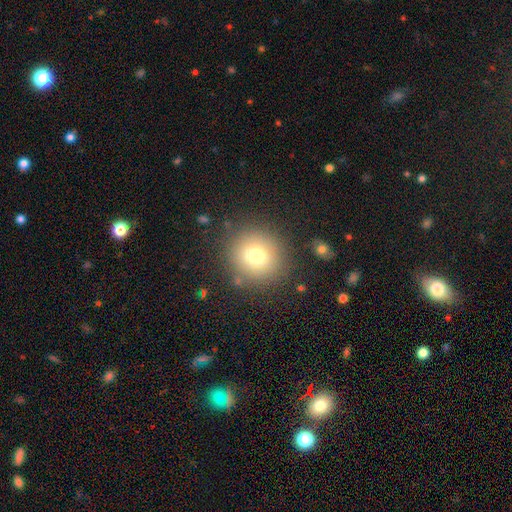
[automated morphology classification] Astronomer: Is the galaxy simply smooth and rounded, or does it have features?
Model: smooth — 74%.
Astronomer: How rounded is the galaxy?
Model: round — 90%.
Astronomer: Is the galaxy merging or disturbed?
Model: none — 84%.